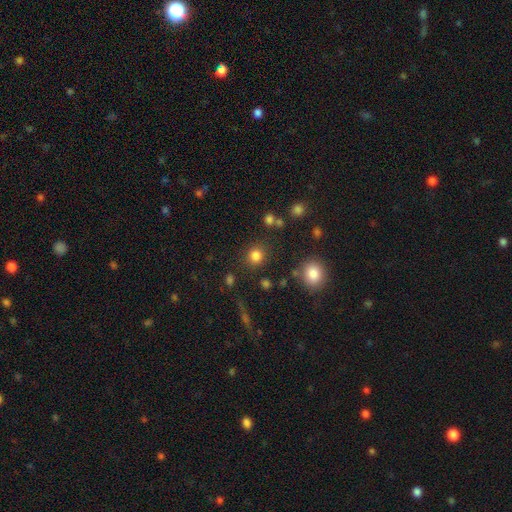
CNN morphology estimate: The model was most divided on "smooth or featured": smooth: 82%, star or artifact: 13%, featured or disk: 5%. More confident: how rounded — round (87%); merging — none (84%).